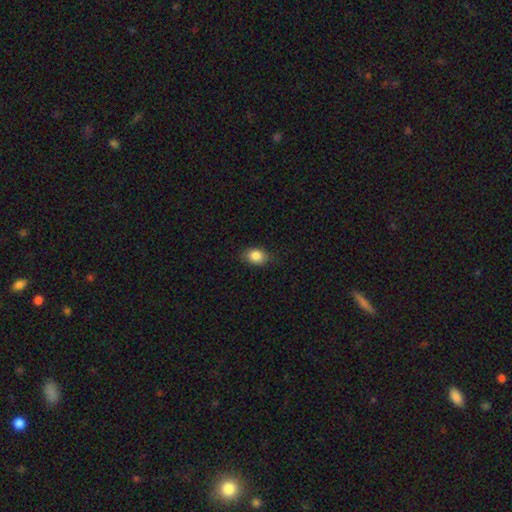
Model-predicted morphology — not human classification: The model was most divided on "how rounded": in between: 72%, round: 27%, cigar-shaped: 1%. More confident: smooth or featured — smooth (85%); merging — none (82%).